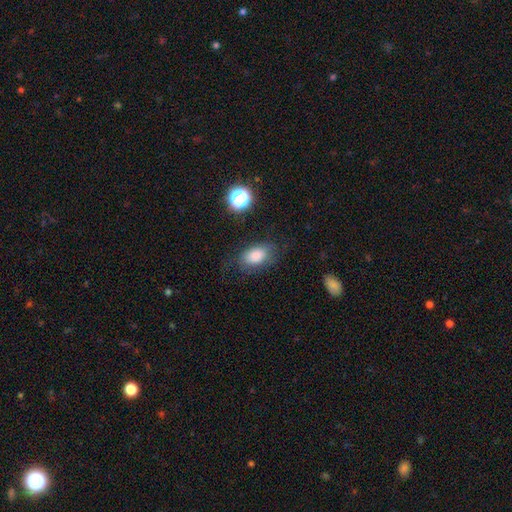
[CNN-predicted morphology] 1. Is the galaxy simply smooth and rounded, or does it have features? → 81% smooth, 10% star or artifact, 9% featured or disk.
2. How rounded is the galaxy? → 87% in between, 11% round, 2% cigar-shaped.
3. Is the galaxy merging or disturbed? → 72% none, 18% minor disturbance, 8% major disturbance, 2% merger.